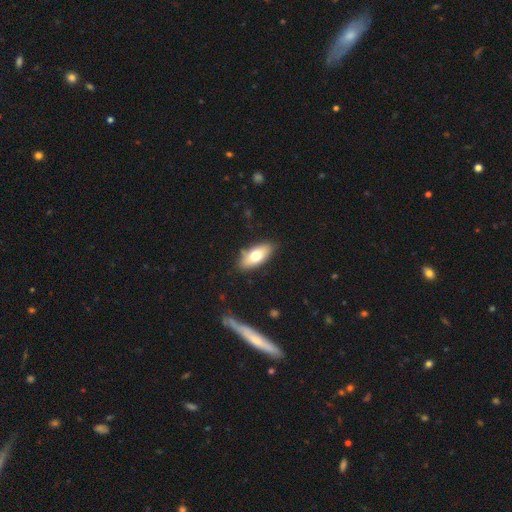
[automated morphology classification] Smooth or featured: smooth — 68% (featured or disk — 25%)
How rounded: in between — 85% (cigar-shaped — 12%)
Merging: none — 81% (minor disturbance — 14%)